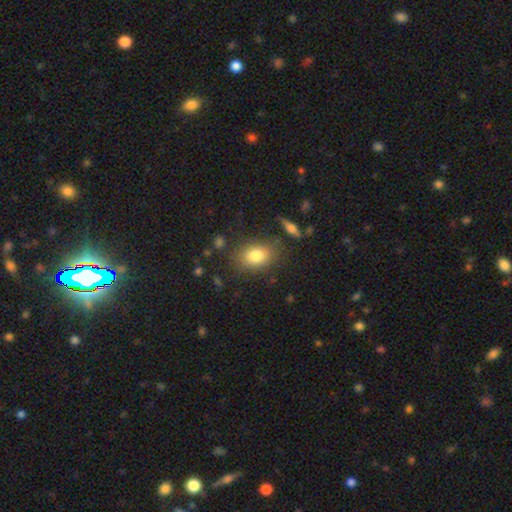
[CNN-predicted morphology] A smooth galaxy with no disk features (80%) that is in between round and cigar-shaped (77%). Merging: none (79%).